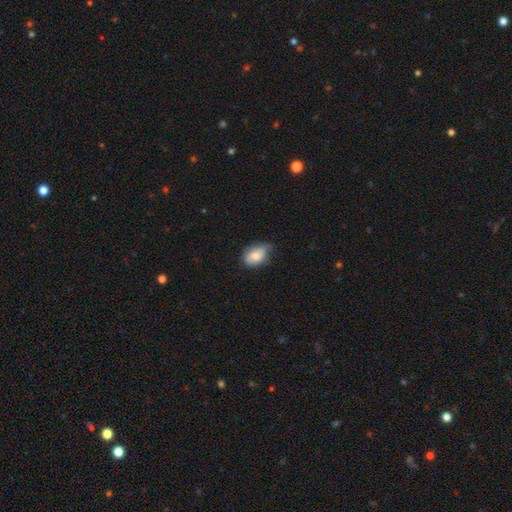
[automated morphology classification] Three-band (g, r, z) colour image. It shows a smooth galaxy with no disk features (78%) that is in between round and cigar-shaped (85%). Merging: none (48%).